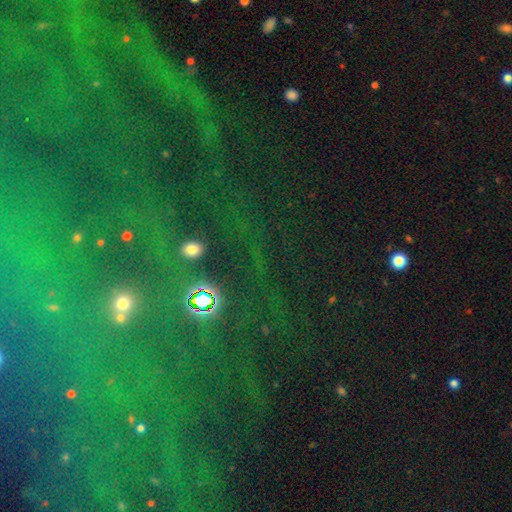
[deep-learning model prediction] Overall: star or artifact (73%).